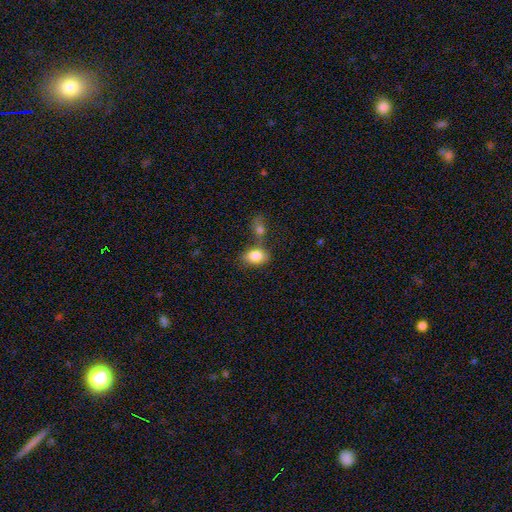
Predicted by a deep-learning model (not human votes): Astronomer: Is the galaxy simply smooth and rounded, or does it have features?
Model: smooth — 84%.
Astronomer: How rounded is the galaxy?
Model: in between — 82%.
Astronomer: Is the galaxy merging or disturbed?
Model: none — 52%.